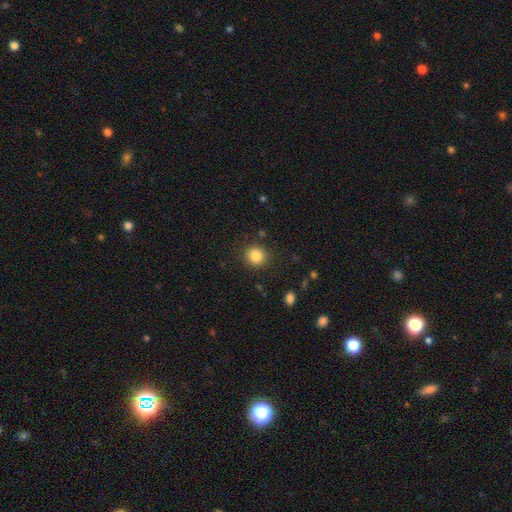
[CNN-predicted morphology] Smooth or featured? smooth (85%)
How rounded? round (89%)
Merging? none (88%)